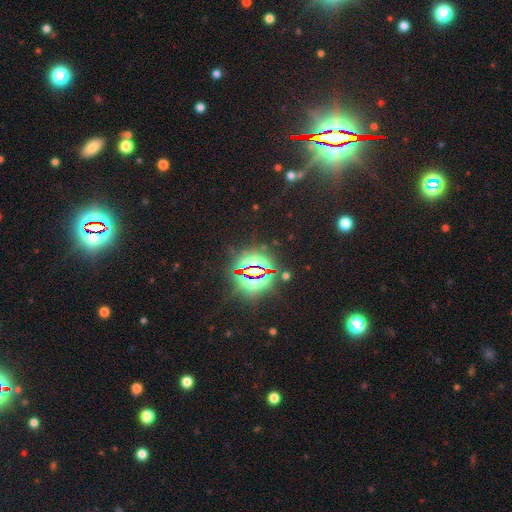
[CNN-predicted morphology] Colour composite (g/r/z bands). It shows a star or artifact, not a galaxy (85%).